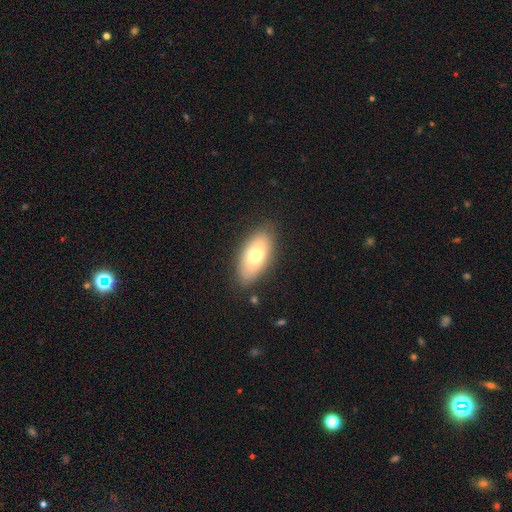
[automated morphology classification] Smooth or featured?
  - smooth: 65% *
  - featured or disk: 29%
  - star or artifact: 7%
How rounded?
  - in between: 90% *
  - cigar-shaped: 7%
  - round: 3%
Merging?
  - none: 82% *
  - minor disturbance: 13%
  - major disturbance: 3%
  - merger: 1%